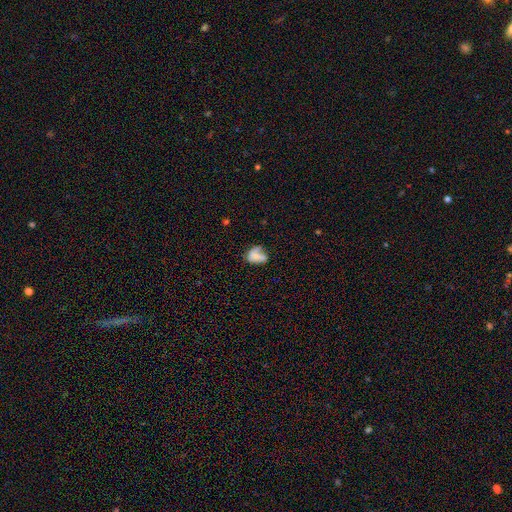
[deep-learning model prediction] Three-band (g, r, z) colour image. It shows a smooth galaxy with no disk features (60%) that is in between round and cigar-shaped (72%). Merging: none (34%).